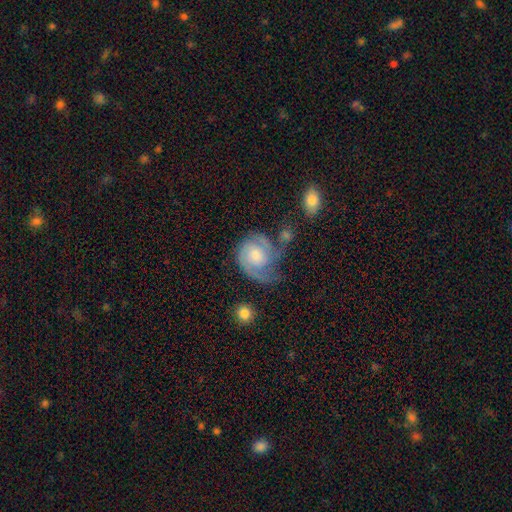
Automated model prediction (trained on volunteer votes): Smooth or featured? featured or disk (77%)
Edge-on disk? no (98%)
Bar? no (67%)
Spiral arms? yes (94%)
Spiral winding? tight (47%)
Spiral arm count? 2 (53%)
Bulge size? moderate (46%)
Merging? none (42%)